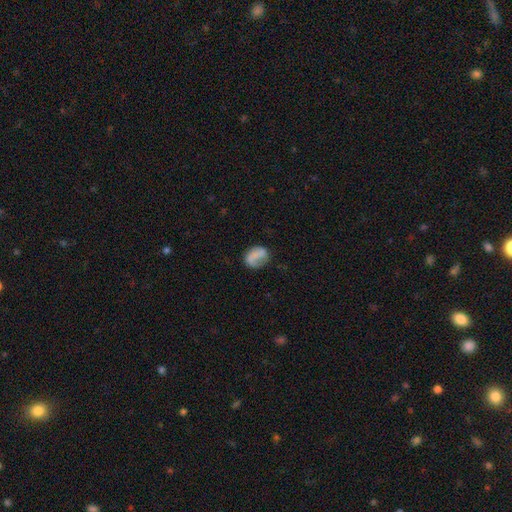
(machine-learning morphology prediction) Smooth or featured? smooth (61%)
How rounded? in between (56%)
Merging? none (59%)